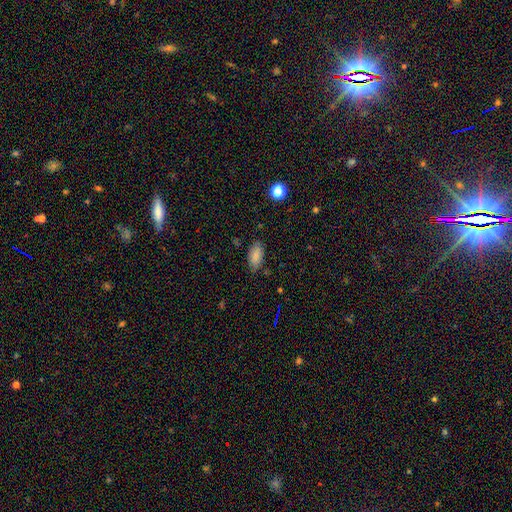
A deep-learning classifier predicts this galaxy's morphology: A smooth galaxy with no disk features (83%) that is in between round and cigar-shaped (90%).

Vote fractions:
- Smooth or featured? smooth: 83% / star or artifact: 9% / featured or disk: 8%
- How rounded? in between: 90% / cigar-shaped: 8% / round: 3%
- Merging? none: 76% / minor disturbance: 19% / major disturbance: 3% / merger: 1%